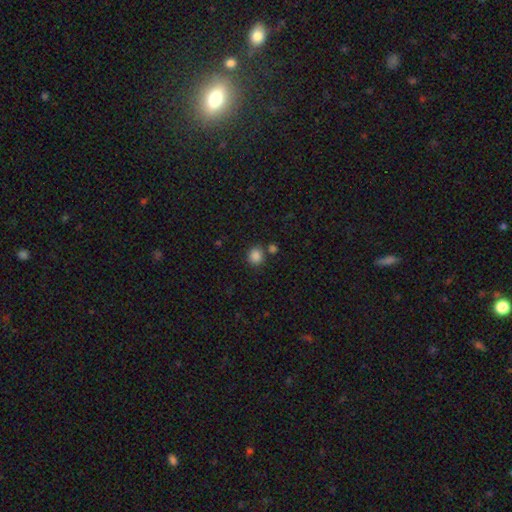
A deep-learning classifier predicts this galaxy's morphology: The model was most divided on "merging": none: 76%, merger: 12%, minor disturbance: 9%, major disturbance: 3%. More confident: smooth or featured — smooth (86%); how rounded — round (83%).